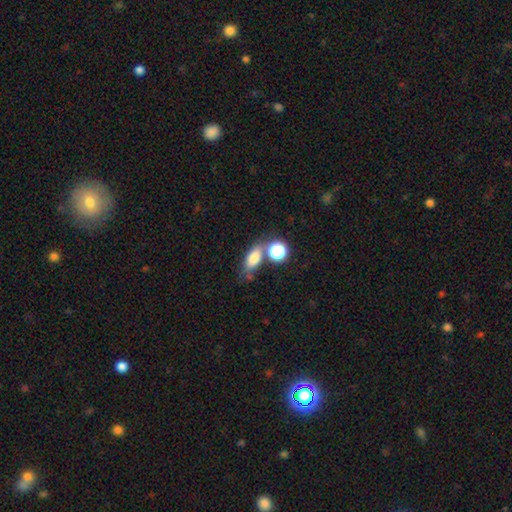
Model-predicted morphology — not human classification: The model was most divided on "merging": none: 52%, merger: 26%, minor disturbance: 15%, major disturbance: 7%. More confident: smooth or featured — smooth (76%); how rounded — in between (73%).